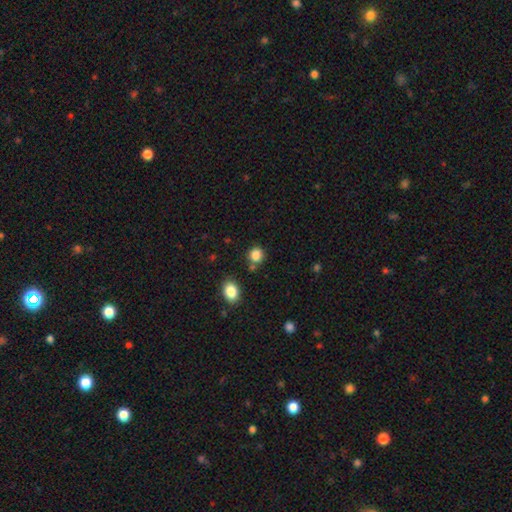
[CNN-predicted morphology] Smooth or featured: smooth — 85% (star or artifact — 11%)
How rounded: round — 83% (in between — 16%)
Merging: none — 76% (minor disturbance — 11%)